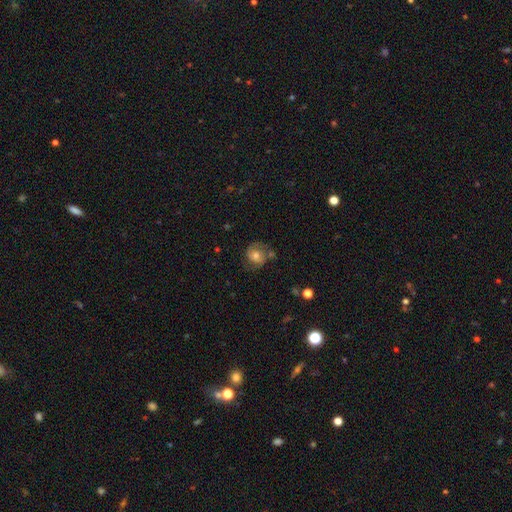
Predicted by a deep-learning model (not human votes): Smooth or featured?
  - featured or disk: 51% *
  - smooth: 39%
  - star or artifact: 10%
Edge-on disk?
  - no: 97% *
  - yes: 3%
Merging?
  - none: 60% *
  - minor disturbance: 22%
  - major disturbance: 12%
  - merger: 7%